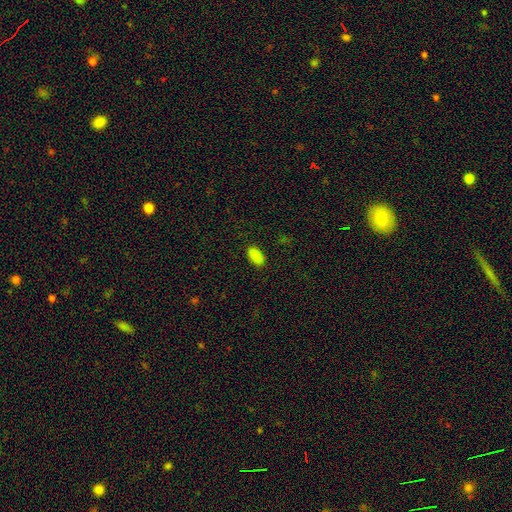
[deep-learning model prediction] Smooth or featured? smooth (88%)
How rounded? in between (91%)
Merging? none (89%)